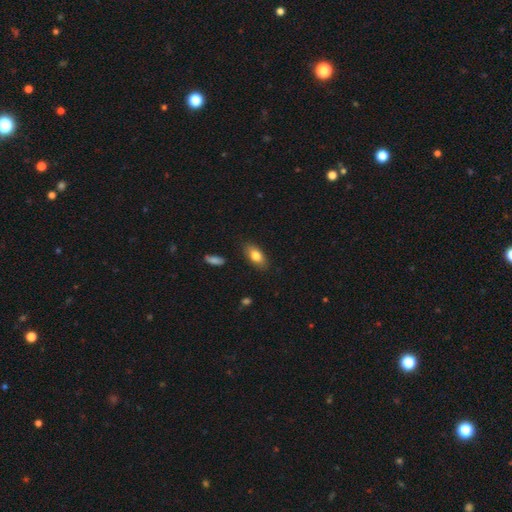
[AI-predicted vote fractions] Smooth or featured: smooth — 79% (featured or disk — 14%)
How rounded: in between — 88% (cigar-shaped — 8%)
Merging: none — 84% (minor disturbance — 12%)